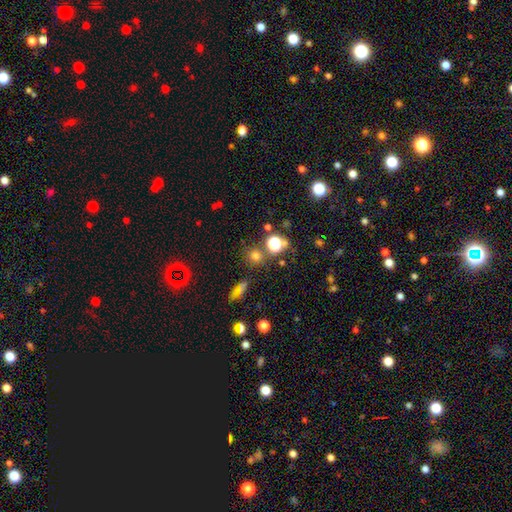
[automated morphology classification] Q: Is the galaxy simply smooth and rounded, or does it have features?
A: smooth — 67%.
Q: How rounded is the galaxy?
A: round — 90%.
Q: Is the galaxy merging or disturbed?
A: none — 79%.